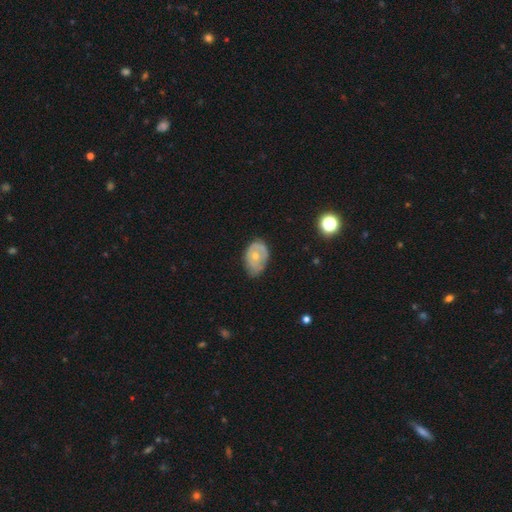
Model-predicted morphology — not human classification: A smooth galaxy with no disk features (51%) that is in between round and cigar-shaped (79%).

Vote fractions:
- Smooth or featured? smooth: 51% / featured or disk: 42% / star or artifact: 7%
- How rounded? in between: 79% / round: 19% / cigar-shaped: 1%
- Merging? none: 47% / minor disturbance: 40% / major disturbance: 11% / merger: 2%